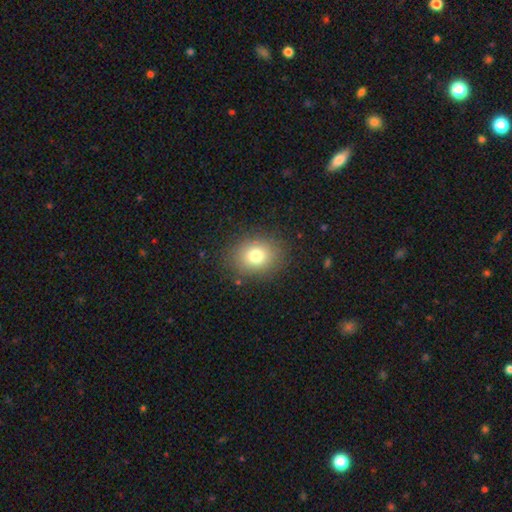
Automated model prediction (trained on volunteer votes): Smooth or featured? Predicted: smooth (p=0.77). How rounded? Predicted: round (p=0.53). Merging? Predicted: none (p=0.86).